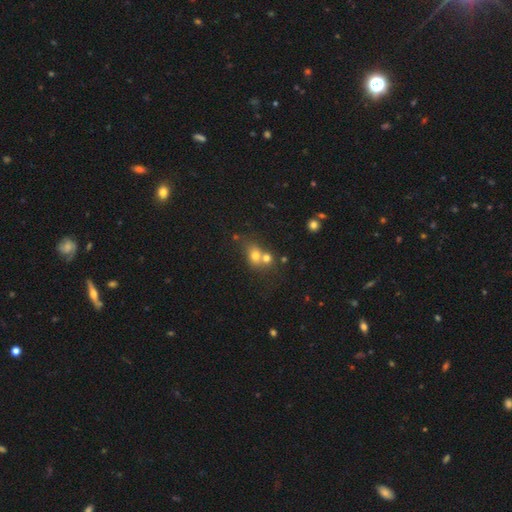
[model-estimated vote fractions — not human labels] smooth 70%, featured or disk 16%, star or artifact 14%. Down the decision tree: how rounded — round (58%); merging — merger (55%).